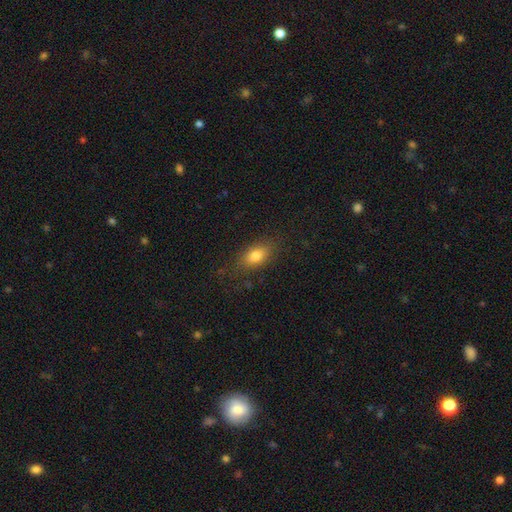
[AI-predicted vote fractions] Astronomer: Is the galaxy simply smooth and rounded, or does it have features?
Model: smooth — 79%.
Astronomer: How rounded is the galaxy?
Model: in between — 83%.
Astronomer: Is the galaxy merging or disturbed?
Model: none — 79%.